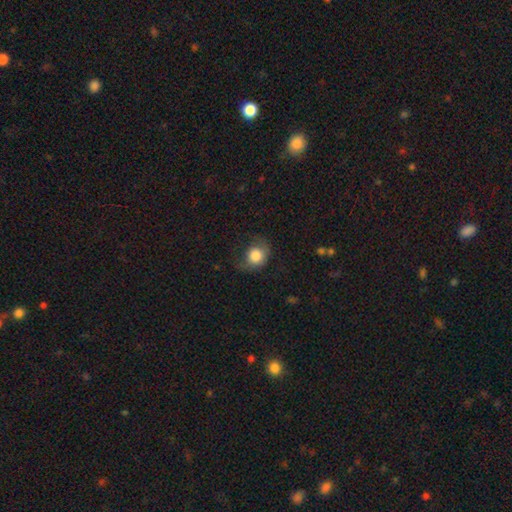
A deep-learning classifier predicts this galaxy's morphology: smooth_or_featured: smooth (p=0.80) [alt: featured or disk p=0.12]
how_rounded: round (p=0.69) [alt: in between p=0.30]
merging: none (p=0.49) [alt: minor disturbance p=0.30]